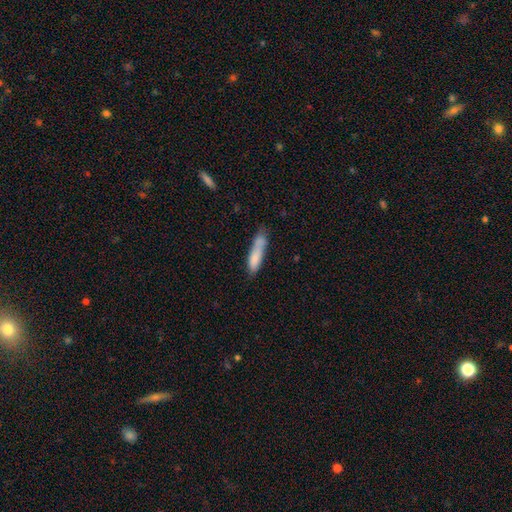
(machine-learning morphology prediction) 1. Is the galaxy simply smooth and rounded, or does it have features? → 78% smooth, 15% featured or disk, 7% star or artifact.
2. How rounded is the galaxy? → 77% cigar-shaped, 21% in between, 2% round.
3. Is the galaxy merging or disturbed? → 51% none, 27% minor disturbance, 13% merger, 9% major disturbance.